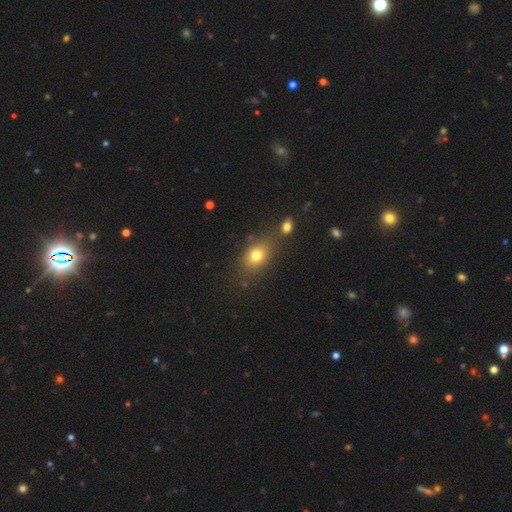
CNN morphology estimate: Smooth or featured?
  - smooth: 75% *
  - star or artifact: 13%
  - featured or disk: 12%
How rounded?
  - in between: 63% *
  - round: 35%
  - cigar-shaped: 2%
Merging?
  - none: 64% *
  - merger: 15%
  - minor disturbance: 14%
  - major disturbance: 6%